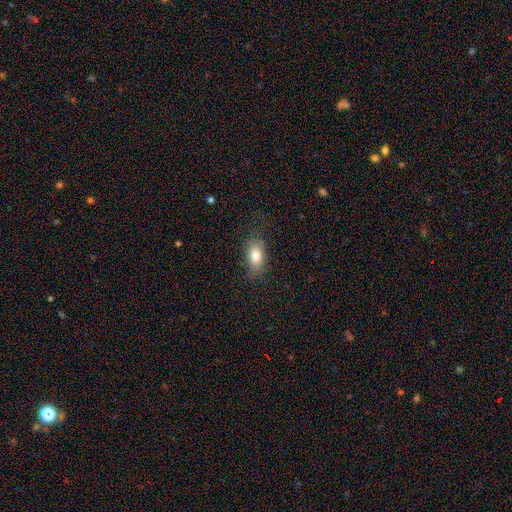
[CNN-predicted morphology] The model was most divided on "merging": none: 76%, minor disturbance: 16%, major disturbance: 6%, merger: 1%. More confident: how rounded — in between (86%); smooth or featured — smooth (79%).